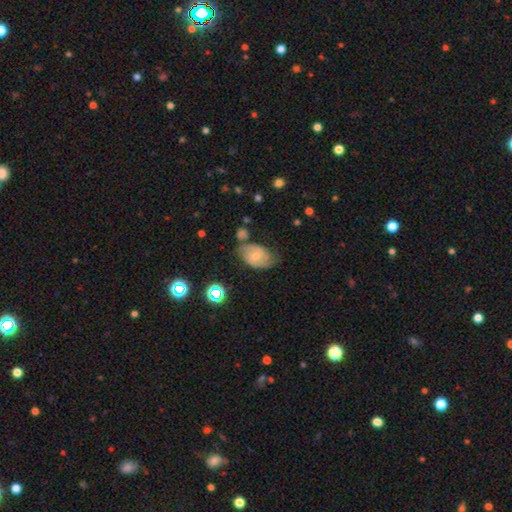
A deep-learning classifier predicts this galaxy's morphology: A featured or disk galaxy (52%).

Vote fractions:
- Smooth or featured? featured or disk: 52% / smooth: 37% / star or artifact: 10%
- Edge-on disk? no: 95% / yes: 5%
- Merging? none: 53% / minor disturbance: 28% / major disturbance: 10% / merger: 9%